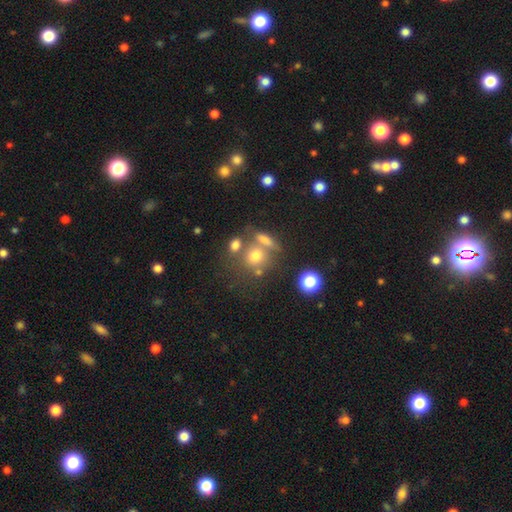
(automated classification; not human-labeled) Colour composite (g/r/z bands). It shows a smooth galaxy with no disk features (61%) that is round (77%). Merging: none (52%).